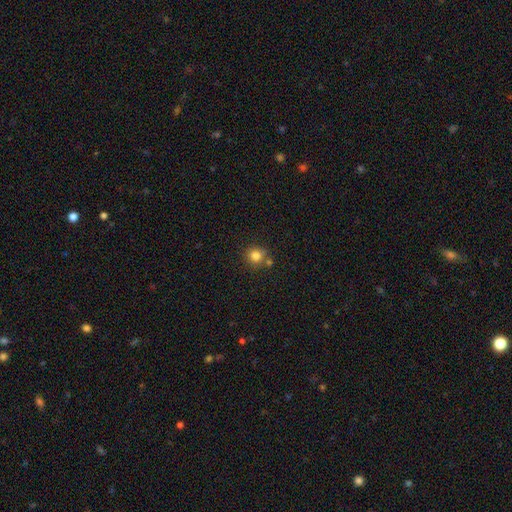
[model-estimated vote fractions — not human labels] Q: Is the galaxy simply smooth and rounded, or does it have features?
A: smooth — 81%.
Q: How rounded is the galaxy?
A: round — 91%.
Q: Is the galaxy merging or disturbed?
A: none — 69%.